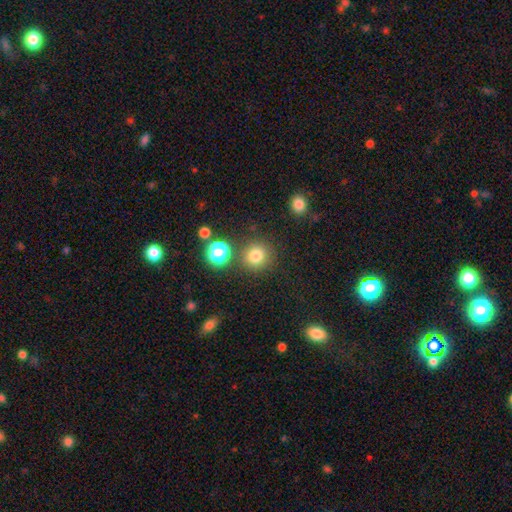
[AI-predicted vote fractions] This appears to be a smooth galaxy with no disk features (79%) that is round (91%). Merging: none (83%).